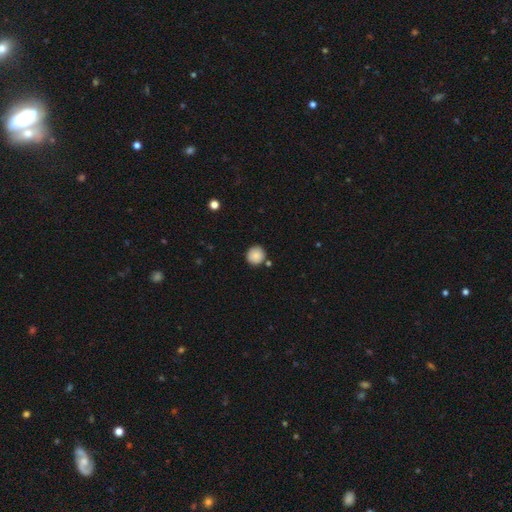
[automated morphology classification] type=smooth (86%); roundness=round (93%); merging=none (83%).